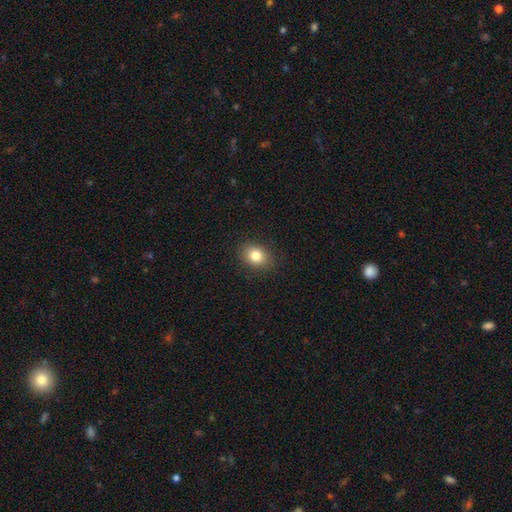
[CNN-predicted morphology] Smooth or featured? smooth (82%)
How rounded? round (51%)
Merging? none (88%)